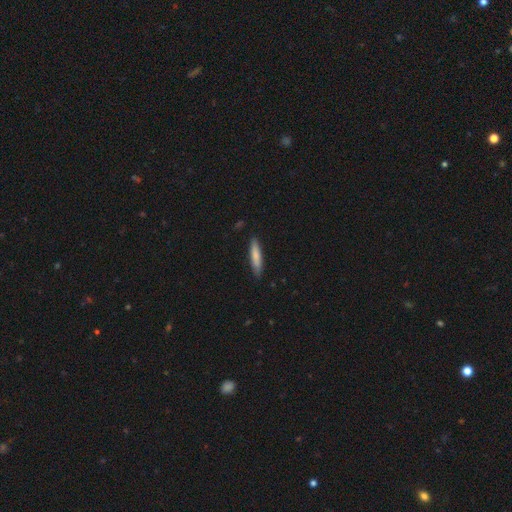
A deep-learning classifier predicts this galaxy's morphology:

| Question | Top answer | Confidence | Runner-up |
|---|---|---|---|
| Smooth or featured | smooth | 78% | featured or disk (16%) |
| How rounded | cigar-shaped | 85% | in between (14%) |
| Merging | none | 85% | minor disturbance (11%) |